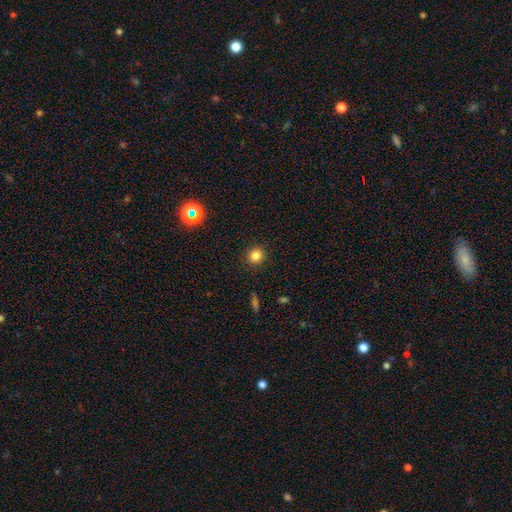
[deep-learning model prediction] Smooth or featured? smooth (82%)
How rounded? round (82%)
Merging? none (90%)